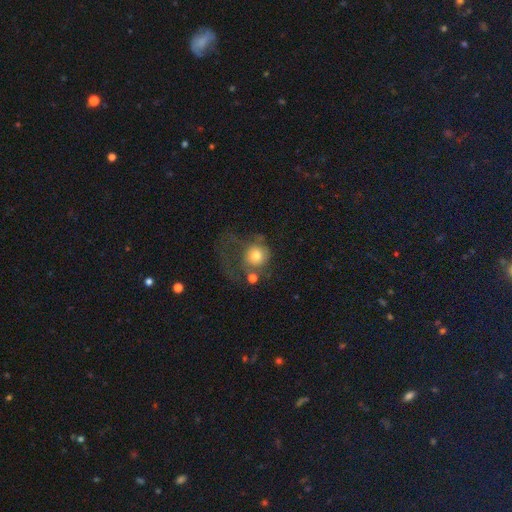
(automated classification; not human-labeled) Q: Smooth or featured?
A: smooth (64%); runner-up: featured or disk (25%)
Q: How rounded?
A: round (85%); runner-up: in between (14%)
Q: Merging?
A: major disturbance (47%); runner-up: none (27%)